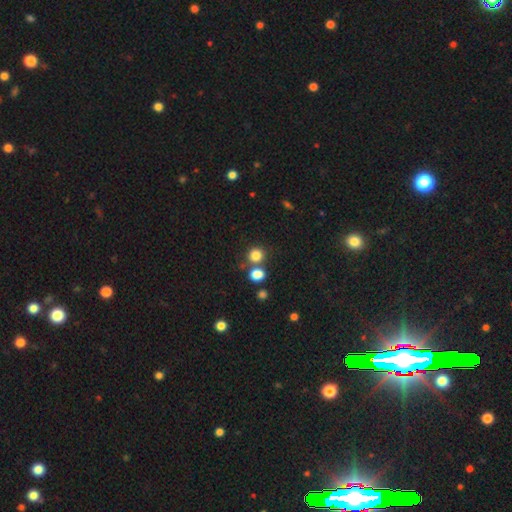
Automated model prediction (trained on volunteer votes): Smooth or featured? Predicted: smooth (p=0.81). How rounded? Predicted: round (p=0.85). Merging? Predicted: none (p=0.65).